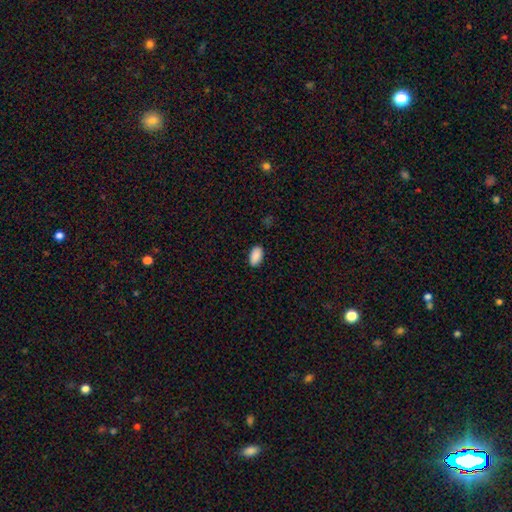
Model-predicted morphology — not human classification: smooth 90%, star or artifact 7%, featured or disk 3%. Down the decision tree: how rounded — in between (95%); merging — none (88%).